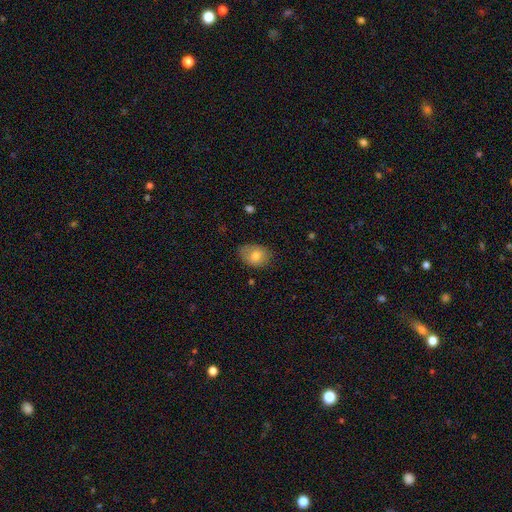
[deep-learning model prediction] Smooth or featured? smooth (77%)
How rounded? in between (67%)
Merging? none (68%)